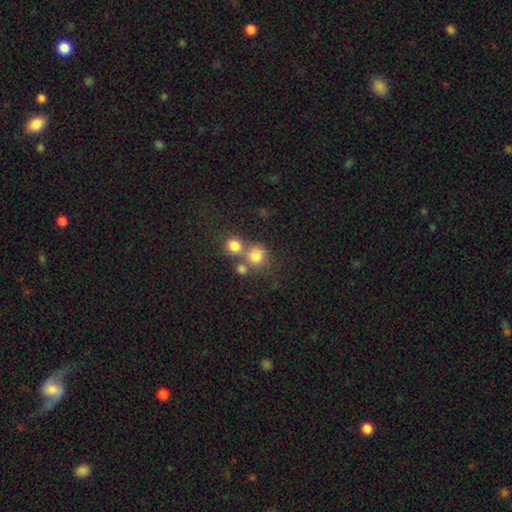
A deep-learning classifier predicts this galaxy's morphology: smooth_or_featured: smooth (p=0.75) [alt: star or artifact p=0.15]
how_rounded: round (p=0.87) [alt: in between p=0.12]
merging: none (p=0.54) [alt: merger p=0.34]